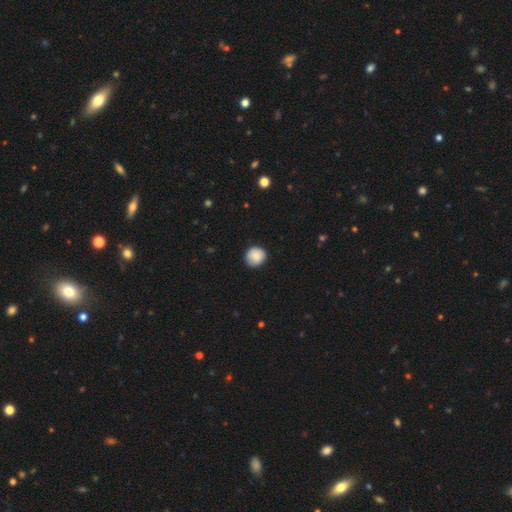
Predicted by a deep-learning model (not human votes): smooth_or_featured: smooth (p=0.86) [alt: star or artifact p=0.08]
how_rounded: round (p=0.89) [alt: in between p=0.11]
merging: none (p=0.85) [alt: minor disturbance p=0.12]